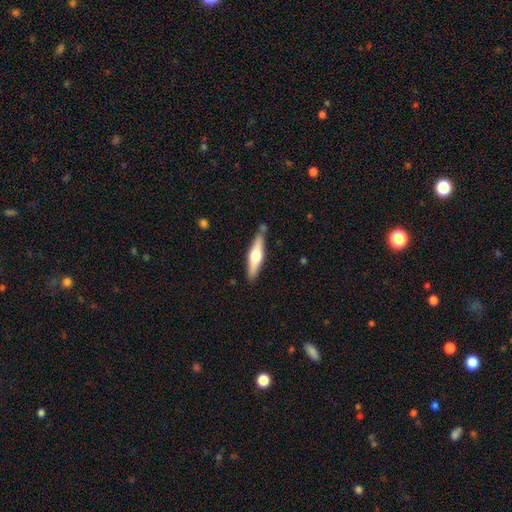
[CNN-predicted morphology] Smooth or featured? featured or disk (52%)
Edge-on disk? yes (94%)
Merging? none (80%)